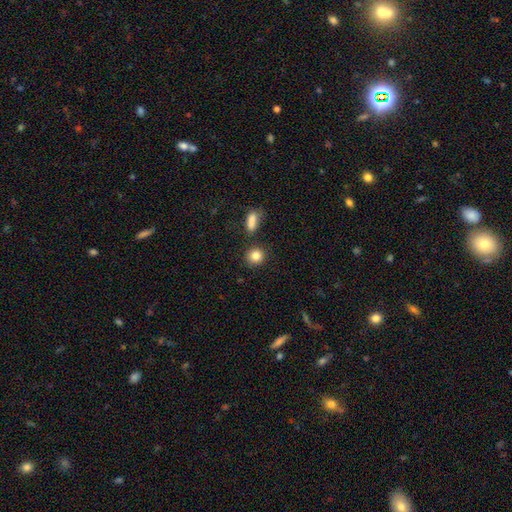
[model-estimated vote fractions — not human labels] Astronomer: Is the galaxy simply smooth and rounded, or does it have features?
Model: smooth — 85%.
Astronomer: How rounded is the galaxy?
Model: round — 85%.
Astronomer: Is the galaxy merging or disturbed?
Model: none — 82%.